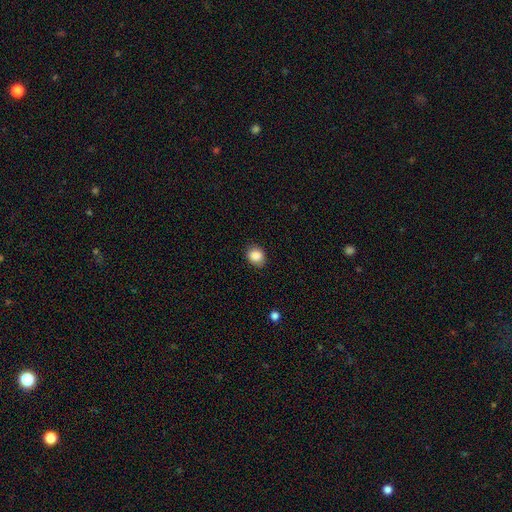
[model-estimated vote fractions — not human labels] A smooth galaxy with no disk features (87%) that is round (55%). Merging: none (84%).